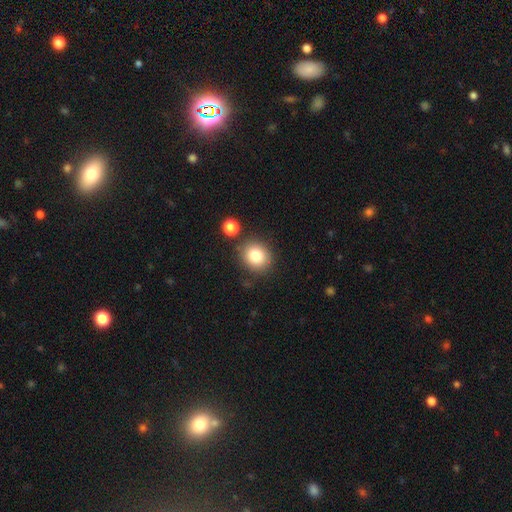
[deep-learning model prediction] Q: Smooth or featured?
A: smooth (81%); runner-up: star or artifact (10%)
Q: How rounded?
A: round (77%); runner-up: in between (22%)
Q: Merging?
A: none (79%); runner-up: minor disturbance (10%)